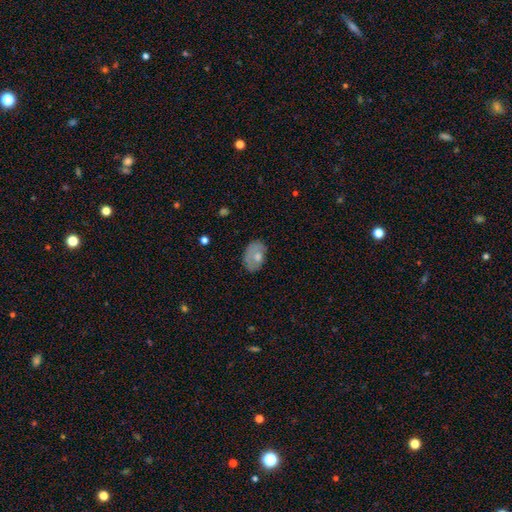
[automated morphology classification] Q: Smooth or featured?
A: smooth (63%); runner-up: featured or disk (30%)
Q: How rounded?
A: in between (83%); runner-up: round (16%)
Q: Merging?
A: none (59%); runner-up: minor disturbance (26%)